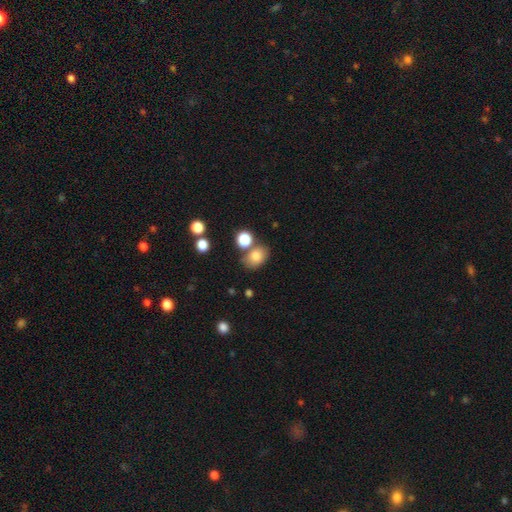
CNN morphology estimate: Smooth or featured? smooth (81%)
How rounded? in between (67%)
Merging? none (64%)